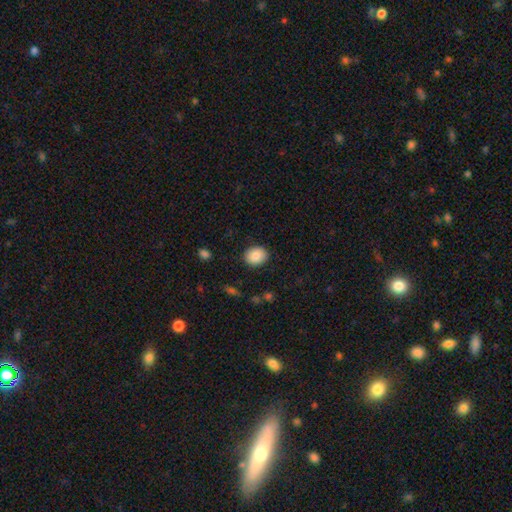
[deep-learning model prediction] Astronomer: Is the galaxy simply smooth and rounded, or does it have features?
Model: smooth — 86%.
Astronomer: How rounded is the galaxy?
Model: round — 55% (runner-up: in between, 44%).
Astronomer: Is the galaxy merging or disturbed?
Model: none — 88%.